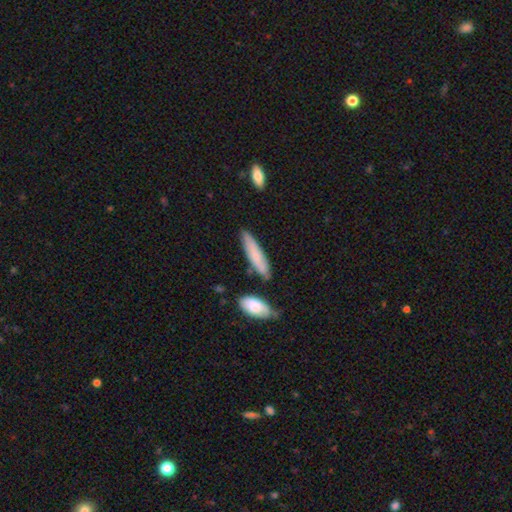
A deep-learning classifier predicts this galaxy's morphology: smooth 72%, featured or disk 22%, star or artifact 6%. Down the decision tree: how rounded — cigar-shaped (73%); merging — none (74%).